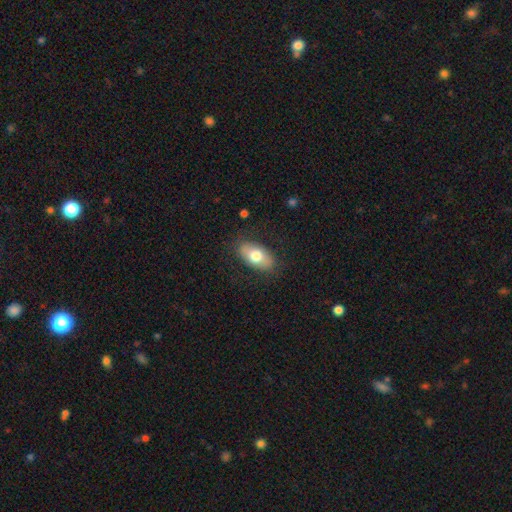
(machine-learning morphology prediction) Overall: smooth (72%). How rounded: in between (92%). Merging: none (83%).